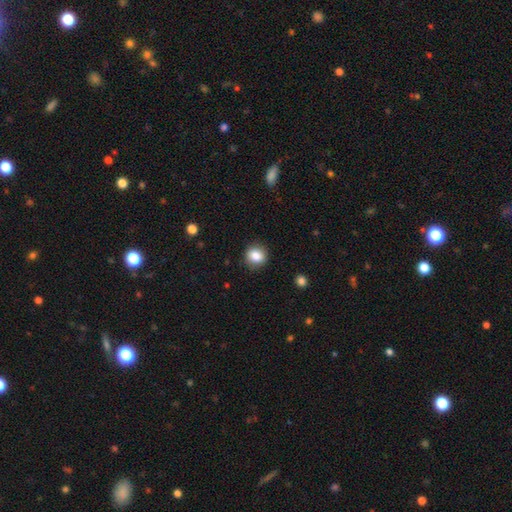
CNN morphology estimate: Smooth or featured? Predicted: smooth (p=0.84). How rounded? Predicted: round (p=0.85). Merging? Predicted: none (p=0.89).